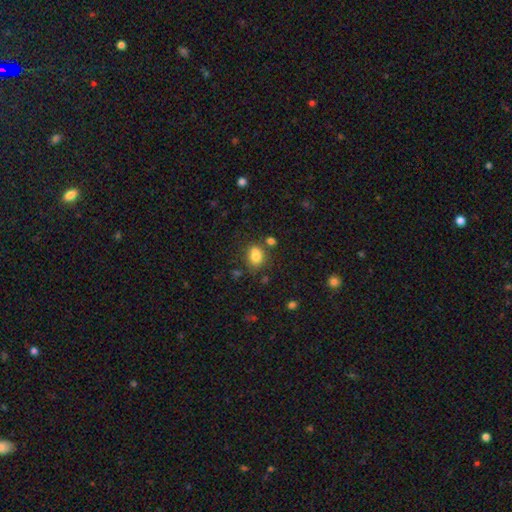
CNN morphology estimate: This appears to be a smooth galaxy with no disk features (79%) that is in between round and cigar-shaped (59%). Merging: none (61%).